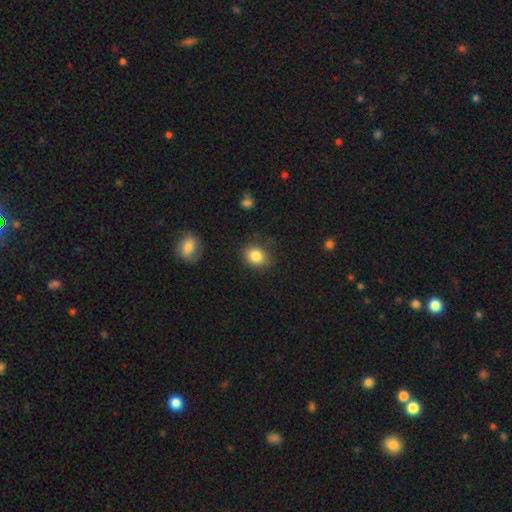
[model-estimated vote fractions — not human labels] smooth_or_featured: smooth (p=0.84) [alt: star or artifact p=0.09]
how_rounded: round (p=0.60) [alt: in between p=0.39]
merging: none (p=0.82) [alt: minor disturbance p=0.13]